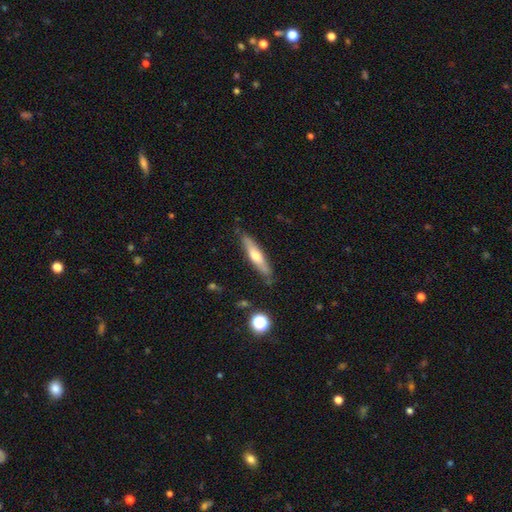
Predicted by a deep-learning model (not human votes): A smooth galaxy with no disk features (50%) that is cigar-shaped (83%). Merging: none (83%).